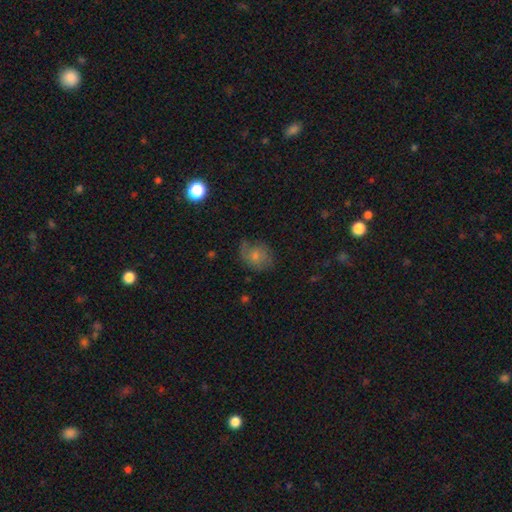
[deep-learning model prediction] smooth 63%, featured or disk 27%, star or artifact 10%. Down the decision tree: how rounded — round (54%); merging — none (56%).